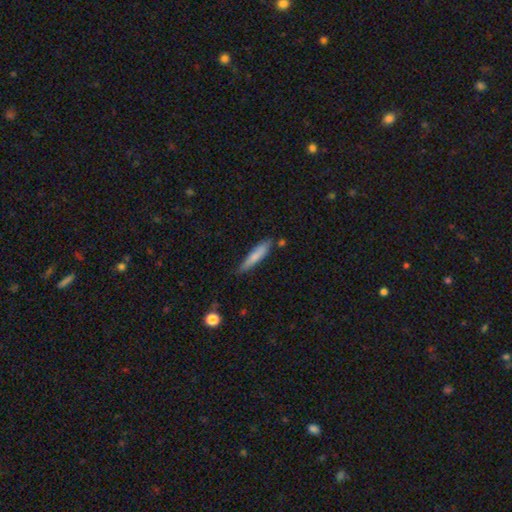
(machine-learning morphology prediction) The model was most divided on "smooth or featured": smooth: 74%, featured or disk: 20%, star or artifact: 6%. More confident: how rounded — cigar-shaped (87%); merging — none (77%).